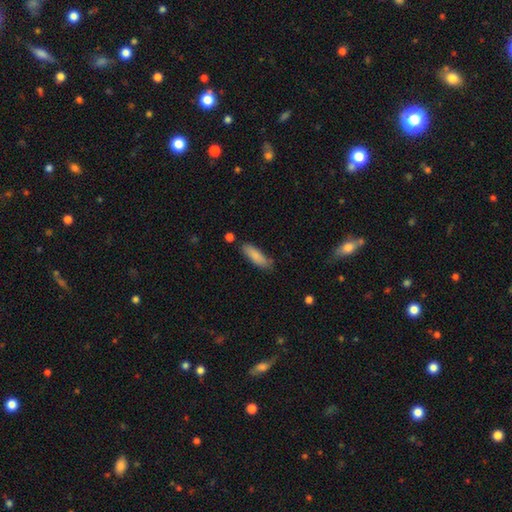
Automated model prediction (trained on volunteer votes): smooth_or_featured: smooth (p=0.86) [alt: featured or disk p=0.08]
how_rounded: cigar-shaped (p=0.50) [alt: in between p=0.49]
merging: none (p=0.73) [alt: minor disturbance p=0.20]